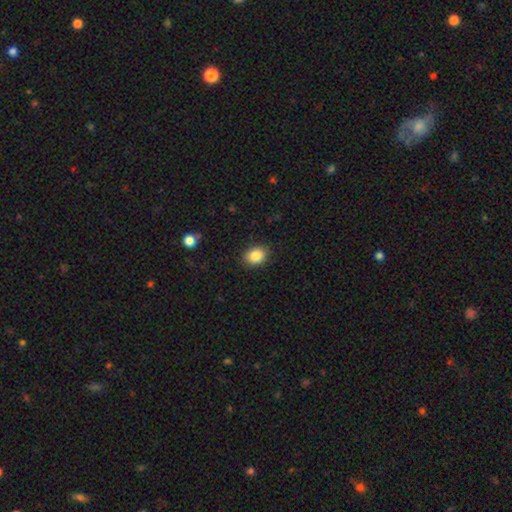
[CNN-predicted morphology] Overall: smooth (87%). How rounded: in between (62%; round 37%). Merging: none (88%).